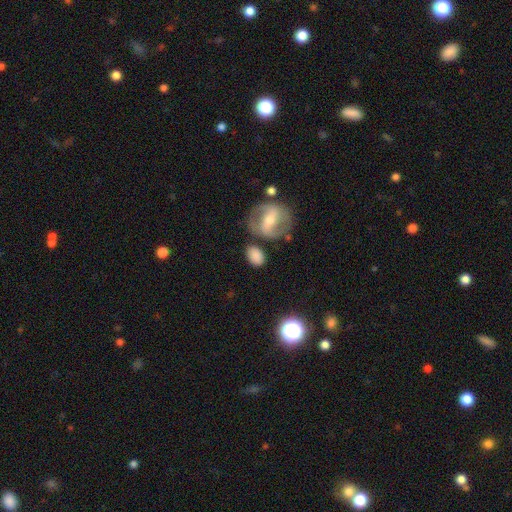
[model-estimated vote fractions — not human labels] The model was most divided on "how rounded": in between: 75%, round: 23%, cigar-shaped: 2%. More confident: smooth or featured — smooth (74%); merging — none (70%).